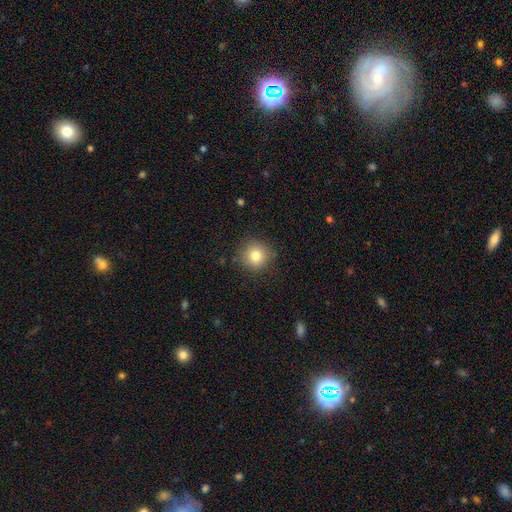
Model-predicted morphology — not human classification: Overall: smooth (81%). How rounded: round (92%). Merging: none (85%).